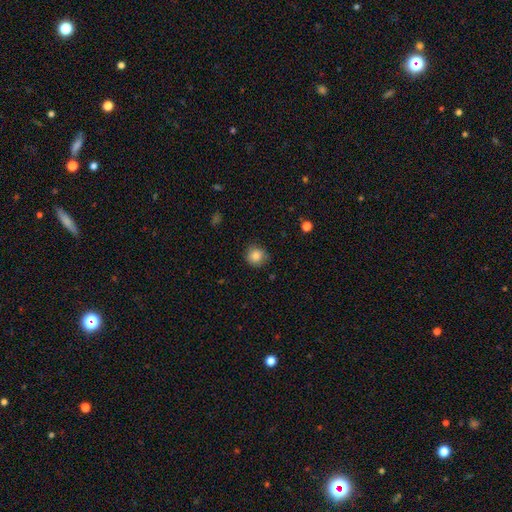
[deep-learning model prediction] smooth-or-featured: smooth: 85% | star or artifact: 10% | featured or disk: 5%
  how-rounded: round: 90% | in between: 9% | cigar-shaped: 1%
  merging: none: 85% | minor disturbance: 11% | major disturbance: 3% | merger: 1%